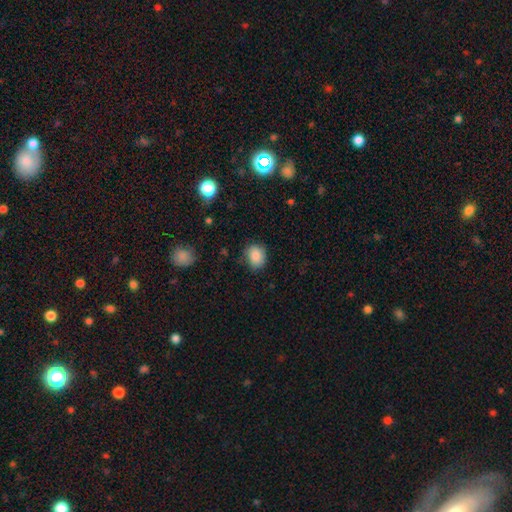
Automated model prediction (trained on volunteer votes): Smooth or featured: smooth — 87% (star or artifact — 8%)
How rounded: round — 50% (in between — 49%)
Merging: none — 74% (minor disturbance — 20%)